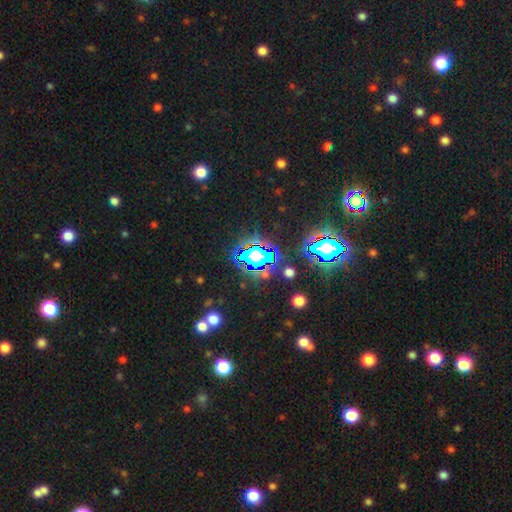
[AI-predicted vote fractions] Q: Smooth or featured?
A: star or artifact (64%); runner-up: smooth (24%)